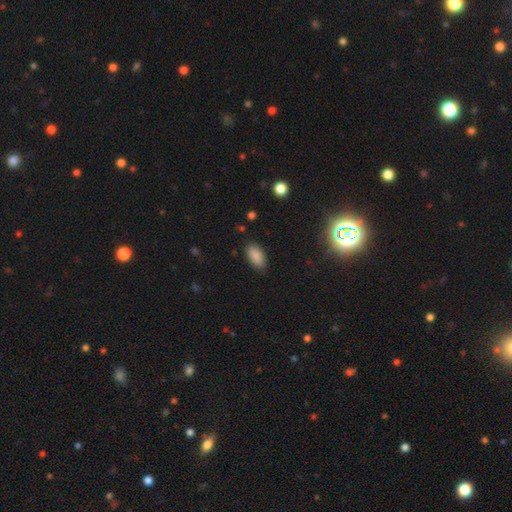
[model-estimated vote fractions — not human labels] Smooth or featured? Predicted: smooth (p=0.88). How rounded? Predicted: in between (p=0.93). Merging? Predicted: none (p=0.86).